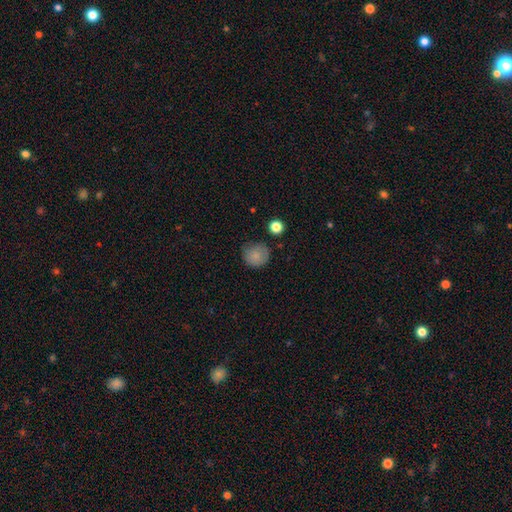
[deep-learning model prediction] The model was most divided on "merging": none: 72%, minor disturbance: 21%, major disturbance: 5%, merger: 2%. More confident: how rounded — round (87%); smooth or featured — smooth (83%).